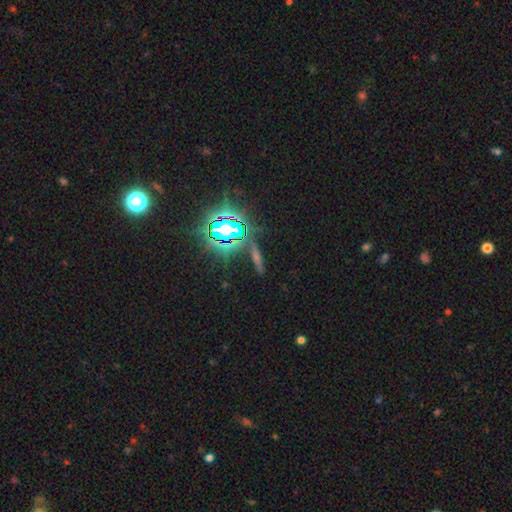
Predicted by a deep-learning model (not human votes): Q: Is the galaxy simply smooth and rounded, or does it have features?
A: star or artifact — 56%.